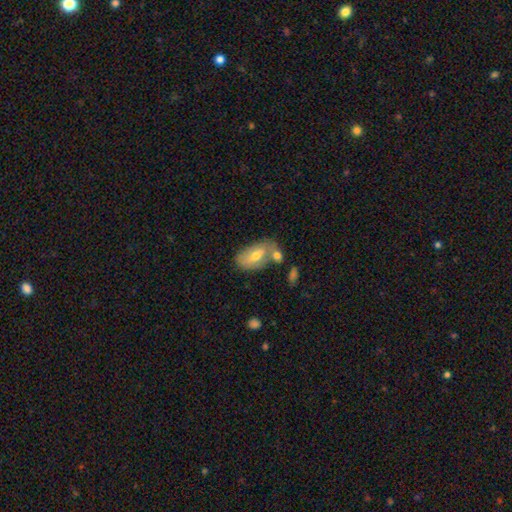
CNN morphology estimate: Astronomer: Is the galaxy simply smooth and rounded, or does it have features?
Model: smooth — 55% (runner-up: featured or disk, 38%).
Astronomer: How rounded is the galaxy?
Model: in between — 90%.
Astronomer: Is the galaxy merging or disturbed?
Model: none — 50% (runner-up: merger, 26%).